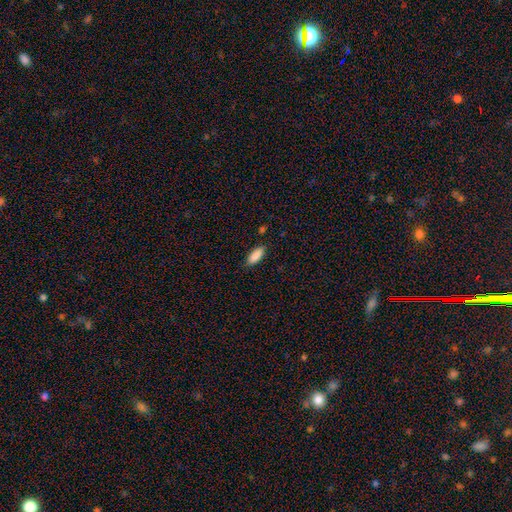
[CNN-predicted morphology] A smooth galaxy with no disk features (88%) that is in between round and cigar-shaped (75%).

Vote fractions:
- Smooth or featured? smooth: 88% / star or artifact: 7% / featured or disk: 5%
- How rounded? in between: 75% / cigar-shaped: 23% / round: 2%
- Merging? none: 84% / minor disturbance: 12% / major disturbance: 2% / merger: 2%